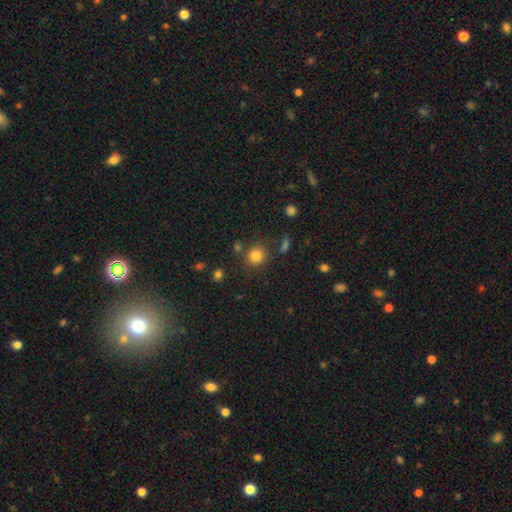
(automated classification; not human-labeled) Smooth or featured: smooth — 82% (star or artifact — 12%)
How rounded: round — 88% (in between — 11%)
Merging: none — 78% (minor disturbance — 11%)